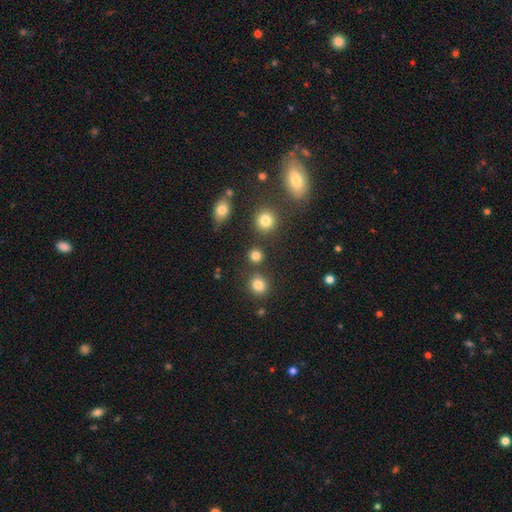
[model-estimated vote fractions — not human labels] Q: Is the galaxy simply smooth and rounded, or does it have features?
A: smooth — 81%.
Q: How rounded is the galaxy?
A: round — 84%.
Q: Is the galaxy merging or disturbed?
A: none — 79%.